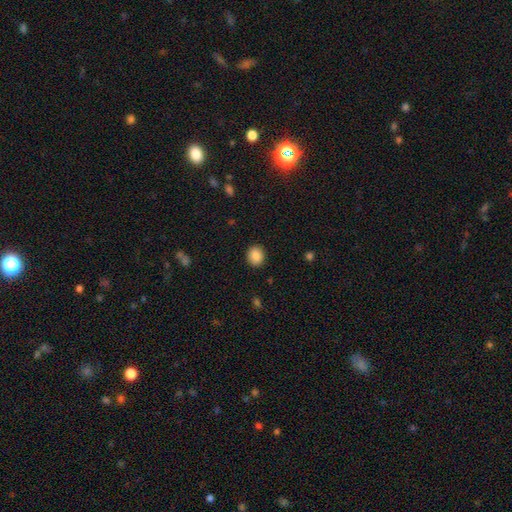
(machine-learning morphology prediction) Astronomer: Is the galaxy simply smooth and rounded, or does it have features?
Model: smooth — 88%.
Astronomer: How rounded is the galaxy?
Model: round — 68%.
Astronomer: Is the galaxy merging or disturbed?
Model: none — 90%.